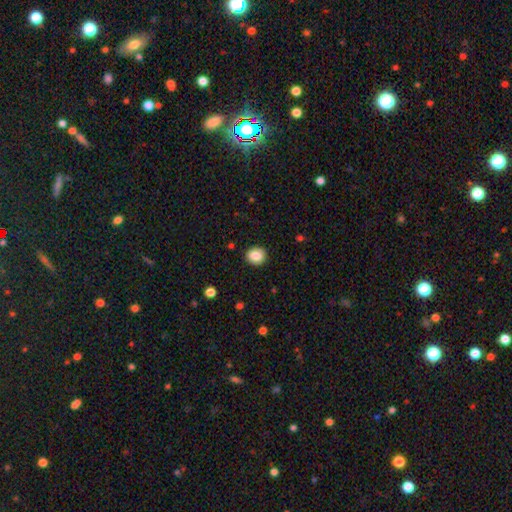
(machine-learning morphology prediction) Q: Smooth or featured?
A: smooth (86%); runner-up: star or artifact (9%)
Q: How rounded?
A: round (77%); runner-up: in between (22%)
Q: Merging?
A: none (90%); runner-up: minor disturbance (7%)